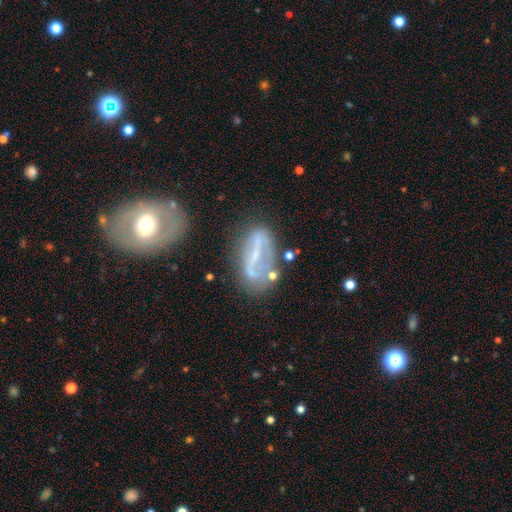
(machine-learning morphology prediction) A featured or disk galaxy (68%) with a strong bar (58%), spiral arms (52%) and a small central bulge (51%).

Vote fractions:
- Smooth or featured? featured or disk: 68% / smooth: 22% / star or artifact: 10%
- Edge-on disk? no: 88% / yes: 12%
- Bar? strong: 58% / weak: 25% / no: 16%
- Spiral arms? yes: 52% / no: 48%
- Bulge size? small: 51% / none: 31% / moderate: 14% / large: 2% / dominant: 1%
- Merging? none: 59% / minor disturbance: 21% / major disturbance: 13% / merger: 7%